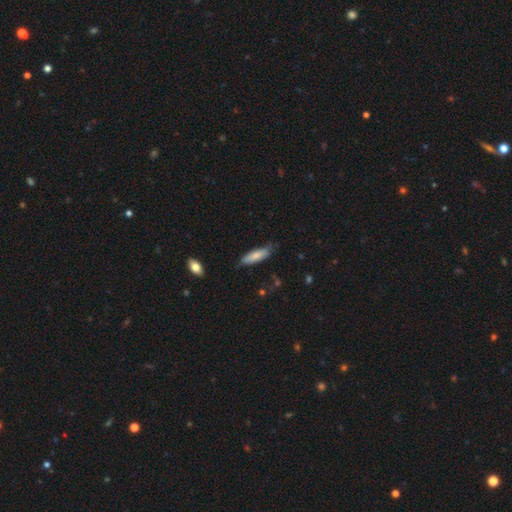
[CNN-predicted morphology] Smooth or featured?
  - smooth: 77% *
  - featured or disk: 17%
  - star or artifact: 6%
How rounded?
  - cigar-shaped: 52% *
  - in between: 47%
  - round: 2%
Merging?
  - none: 68% *
  - minor disturbance: 25%
  - major disturbance: 4%
  - merger: 2%